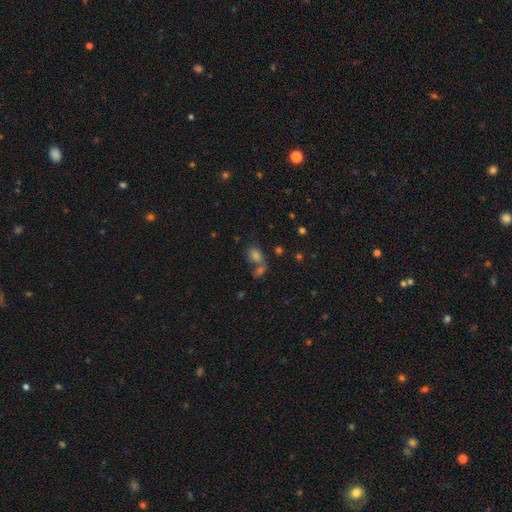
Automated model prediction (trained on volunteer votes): Smooth or featured? smooth (66%)
How rounded? in between (65%)
Merging? merger (43%)